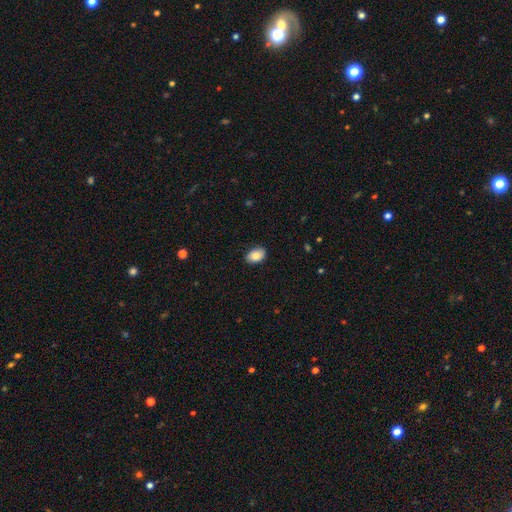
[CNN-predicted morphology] Q: Smooth or featured?
A: smooth (87%); runner-up: star or artifact (7%)
Q: How rounded?
A: in between (88%); runner-up: round (11%)
Q: Merging?
A: none (86%); runner-up: minor disturbance (11%)